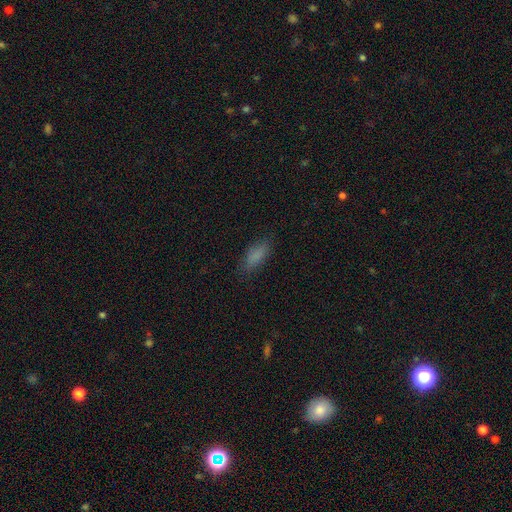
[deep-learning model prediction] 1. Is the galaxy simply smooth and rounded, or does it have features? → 83% smooth, 10% star or artifact, 8% featured or disk.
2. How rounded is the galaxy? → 74% in between, 23% cigar-shaped, 2% round.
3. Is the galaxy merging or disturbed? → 81% none, 14% minor disturbance, 4% major disturbance, 1% merger.